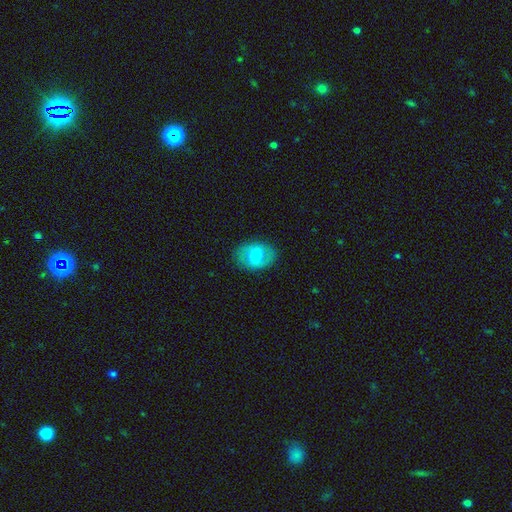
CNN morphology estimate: smooth_or_featured: smooth (p=0.52) [alt: featured or disk p=0.41]
how_rounded: in between (p=0.72) [alt: round p=0.27]
merging: none (p=0.83) [alt: minor disturbance p=0.12]